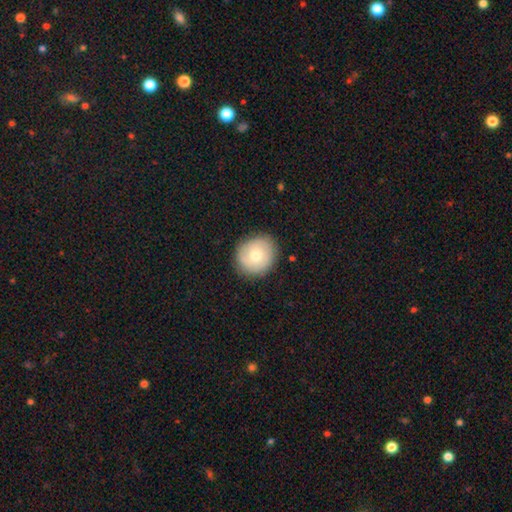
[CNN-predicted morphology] smooth 64%, featured or disk 29%, star or artifact 7%. Down the decision tree: how rounded — round (80%); merging — none (83%).